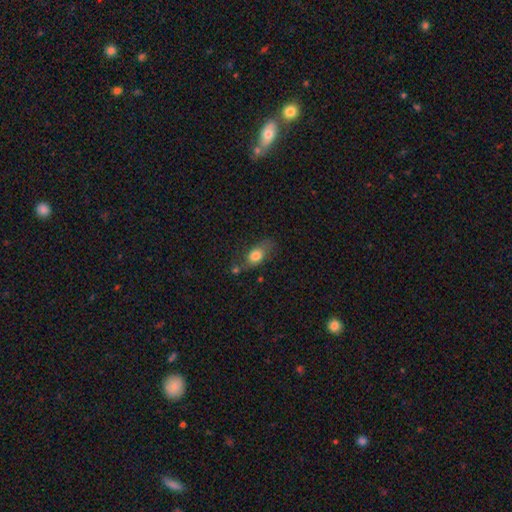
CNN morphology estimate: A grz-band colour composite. It shows a smooth galaxy with no disk features (75%) that is in between round and cigar-shaped (74%). Merging: none (53%).